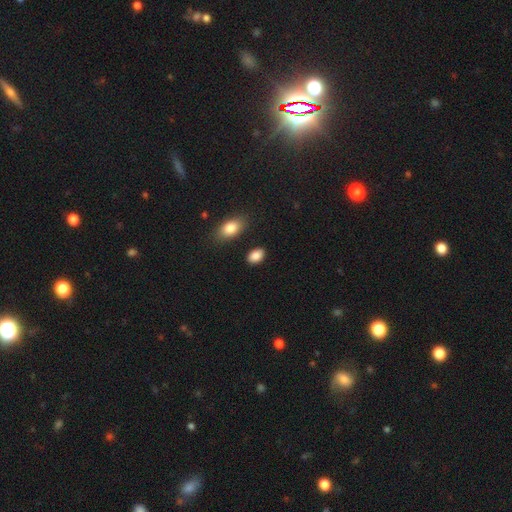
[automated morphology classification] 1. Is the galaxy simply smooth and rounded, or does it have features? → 88% smooth, 8% star or artifact, 4% featured or disk.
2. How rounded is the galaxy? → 88% in between, 11% round, 2% cigar-shaped.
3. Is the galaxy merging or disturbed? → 86% none, 9% minor disturbance, 3% merger, 2% major disturbance.